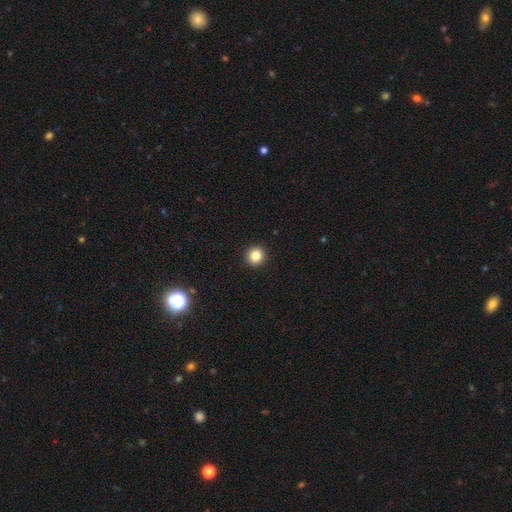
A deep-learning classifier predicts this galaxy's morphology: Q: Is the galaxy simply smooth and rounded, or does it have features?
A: smooth — 85%.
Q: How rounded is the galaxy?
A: round — 94%.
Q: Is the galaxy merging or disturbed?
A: none — 93%.